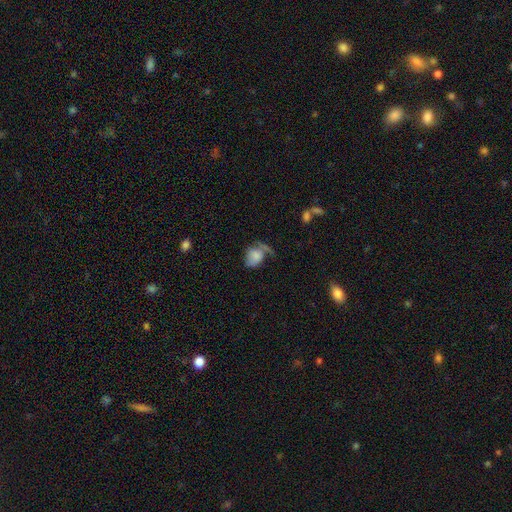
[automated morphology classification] smooth_or_featured: smooth (p=0.67) [alt: featured or disk p=0.23]
how_rounded: in between (p=0.59) [alt: round p=0.40]
merging: major disturbance (p=0.34) [alt: none p=0.30]